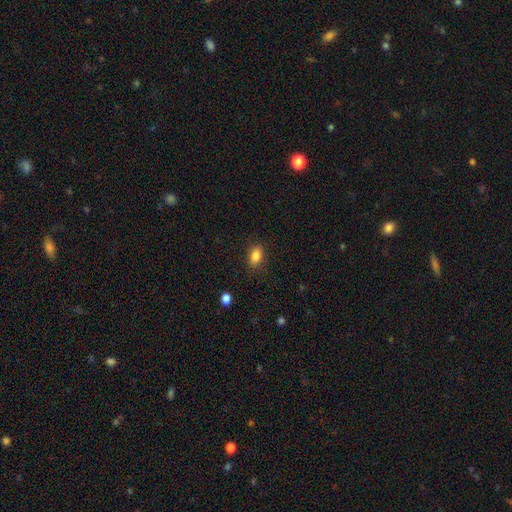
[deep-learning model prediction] Smooth or featured: smooth — 85% (star or artifact — 9%)
How rounded: in between — 86% (round — 11%)
Merging: none — 86% (minor disturbance — 10%)